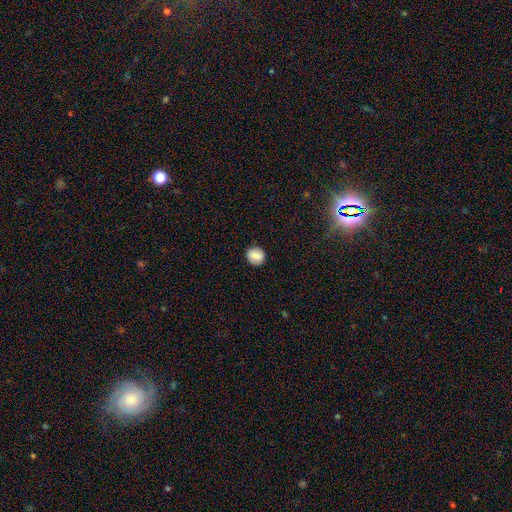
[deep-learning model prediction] Smooth or featured: smooth — 78% (featured or disk — 13%)
How rounded: round — 84% (in between — 15%)
Merging: none — 88% (minor disturbance — 9%)